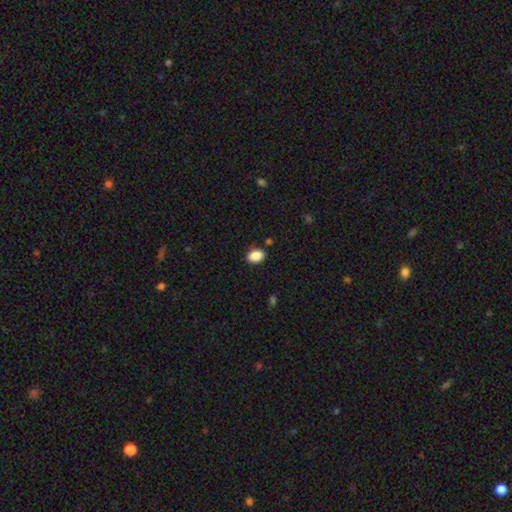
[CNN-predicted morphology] smooth-or-featured: smooth: 89% | star or artifact: 8% | featured or disk: 3%
  how-rounded: in between: 78% | round: 21% | cigar-shaped: 1%
  merging: none: 85% | minor disturbance: 10% | major disturbance: 2% | merger: 2%